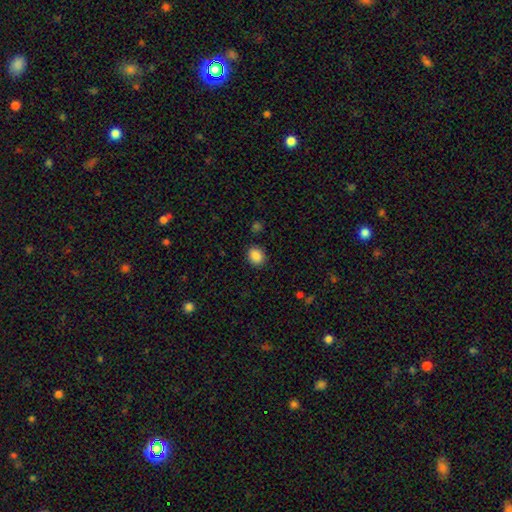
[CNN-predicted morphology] Smooth or featured: smooth — 87% (star or artifact — 9%)
How rounded: round — 61% (in between — 39%)
Merging: none — 88% (minor disturbance — 8%)